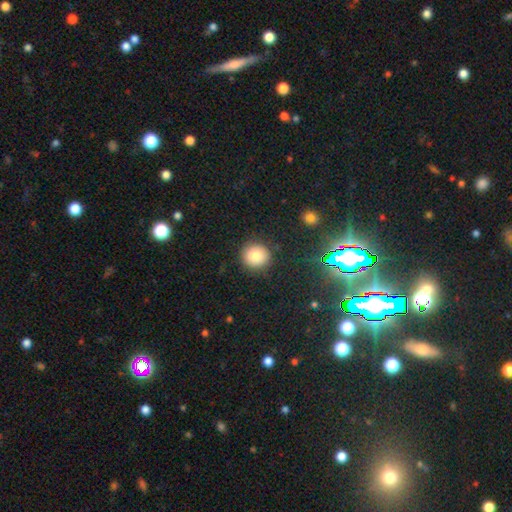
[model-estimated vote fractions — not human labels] A smooth galaxy with no disk features (80%) that is round (92%).

Vote fractions:
- Smooth or featured? smooth: 80% / star or artifact: 12% / featured or disk: 8%
- How rounded? round: 92% / in between: 7% / cigar-shaped: 1%
- Merging? none: 89% / minor disturbance: 7% / major disturbance: 2% / merger: 2%